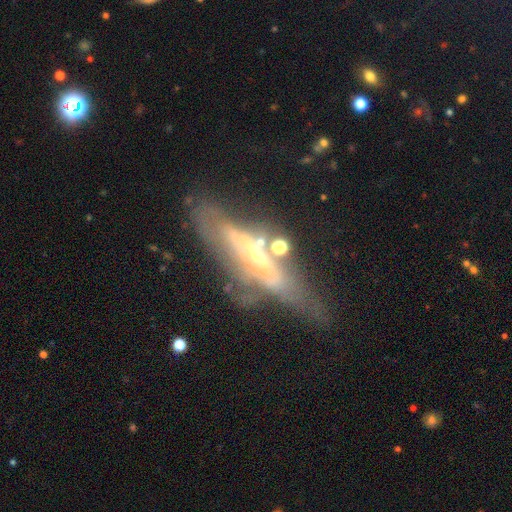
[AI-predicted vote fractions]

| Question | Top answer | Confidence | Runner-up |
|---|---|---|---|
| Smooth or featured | featured or disk | 70% | smooth (19%) |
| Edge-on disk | yes | 56% | no (44%) |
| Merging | none | 40% | major disturbance (25%) |